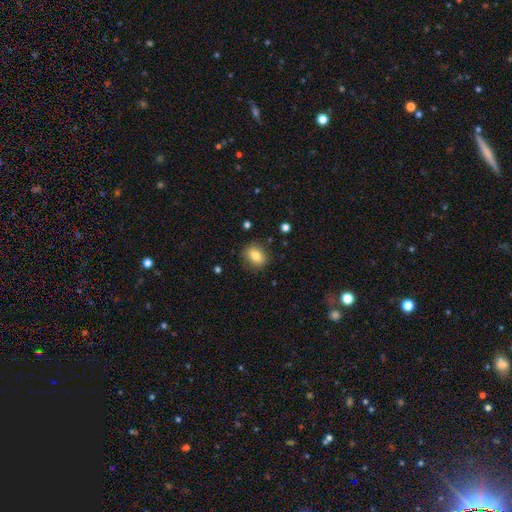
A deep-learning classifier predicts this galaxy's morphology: Q: Smooth or featured?
A: smooth (80%); runner-up: featured or disk (10%)
Q: How rounded?
A: round (52%); runner-up: in between (47%)
Q: Merging?
A: none (85%); runner-up: minor disturbance (11%)